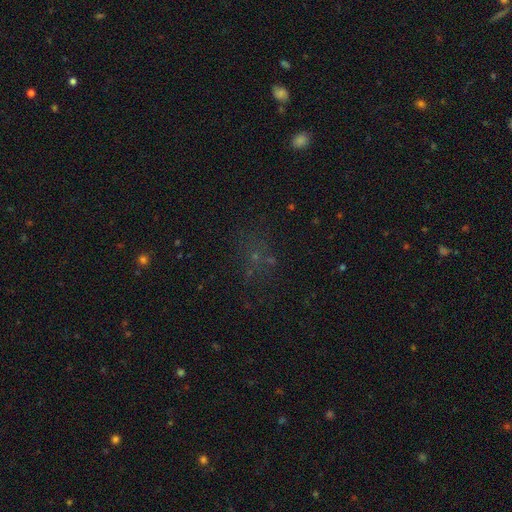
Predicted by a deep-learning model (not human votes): Smooth or featured: star or artifact — 48% (smooth — 35%)